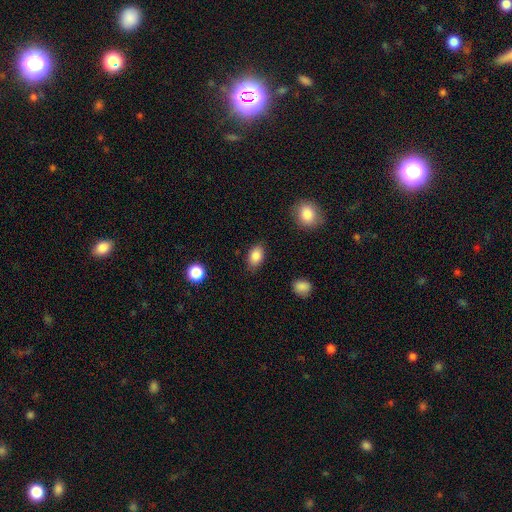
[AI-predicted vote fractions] A smooth galaxy with no disk features (87%) that is in between round and cigar-shaped (85%).

Vote fractions:
- Smooth or featured? smooth: 87% / star or artifact: 8% / featured or disk: 5%
- How rounded? in between: 85% / round: 13% / cigar-shaped: 2%
- Merging? none: 82% / minor disturbance: 13% / major disturbance: 3% / merger: 1%